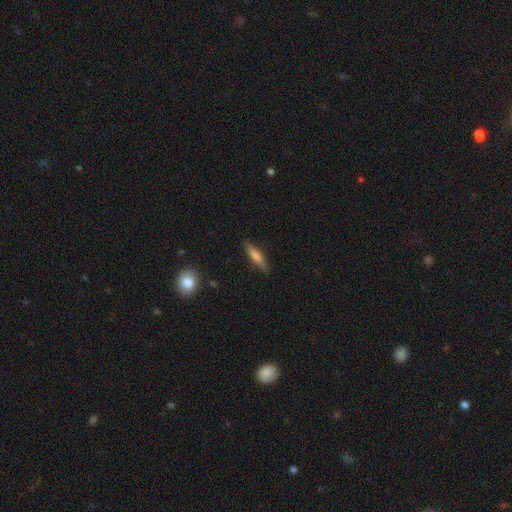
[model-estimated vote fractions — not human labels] Smooth or featured?
  - smooth: 60% *
  - featured or disk: 33%
  - star or artifact: 7%
How rounded?
  - cigar-shaped: 77% *
  - in between: 20%
  - round: 2%
Merging?
  - none: 83% *
  - minor disturbance: 13%
  - major disturbance: 3%
  - merger: 1%